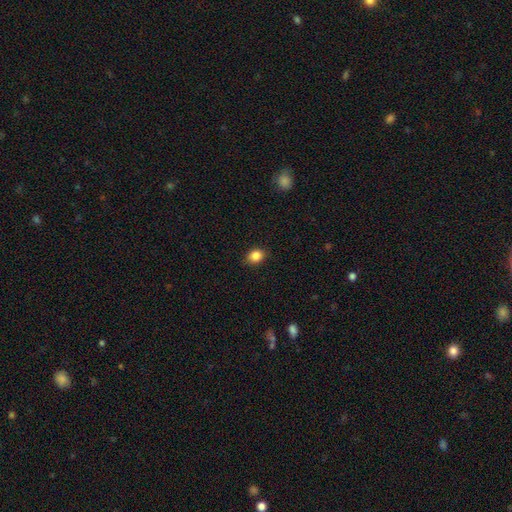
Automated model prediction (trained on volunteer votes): Smooth or featured? smooth (86%)
How rounded? round (51%)
Merging? none (87%)